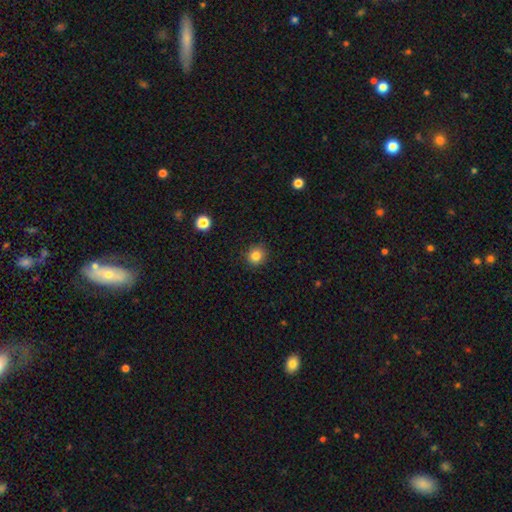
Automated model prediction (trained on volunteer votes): Smooth or featured? Predicted: smooth (p=0.83). How rounded? Predicted: round (p=0.89). Merging? Predicted: none (p=0.90).